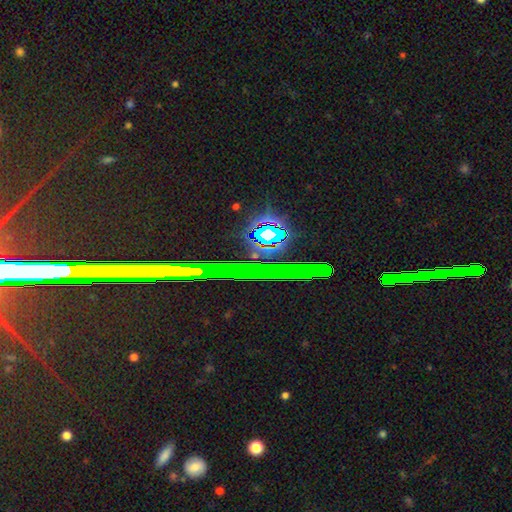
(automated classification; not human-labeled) Overall: star or artifact (78%).